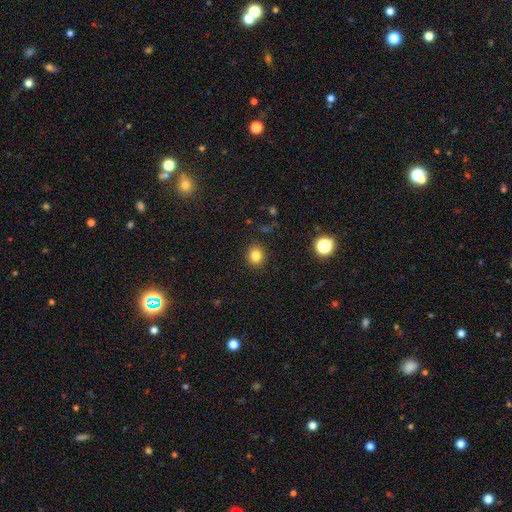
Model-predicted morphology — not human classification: Overall: smooth (82%). How rounded: round (75%). Merging: none (90%).